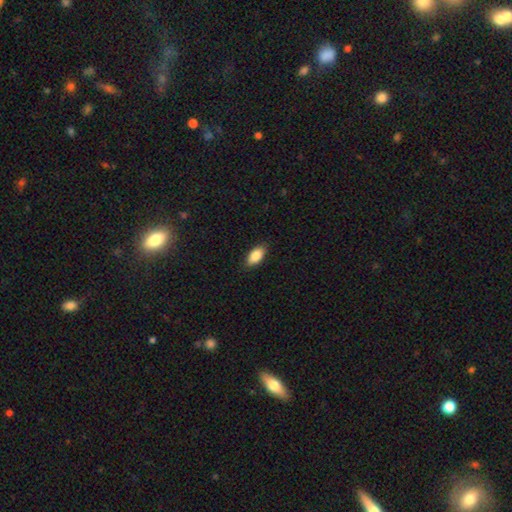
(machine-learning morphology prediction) Overall: smooth (85%). How rounded: in between (91%). Merging: none (88%).